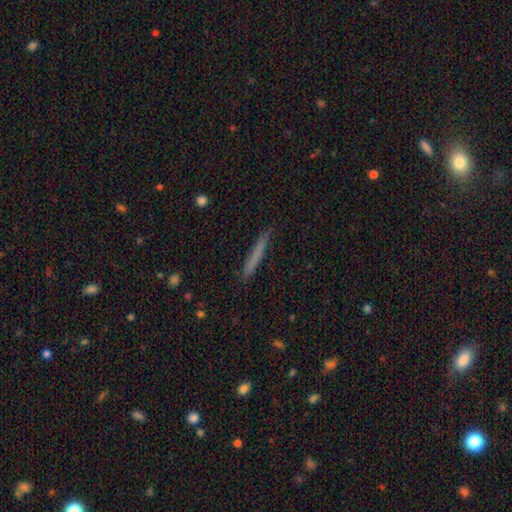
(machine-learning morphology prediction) Q: Smooth or featured?
A: smooth (66%); runner-up: featured or disk (27%)
Q: How rounded?
A: cigar-shaped (96%); runner-up: in between (2%)
Q: Merging?
A: none (88%); runner-up: minor disturbance (9%)